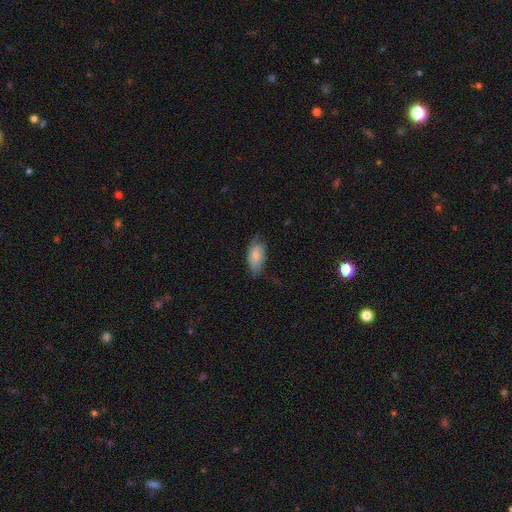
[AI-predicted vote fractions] This is likely a smooth galaxy (74%). How rounded: clearly in between (92%). Merging: possibly none (59%).